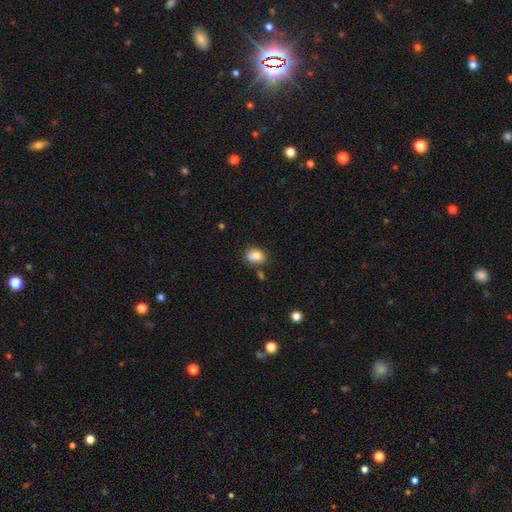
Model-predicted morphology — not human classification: This appears to be a smooth galaxy with no disk features (86%) that is in between round and cigar-shaped (63%). Merging: none (71%).